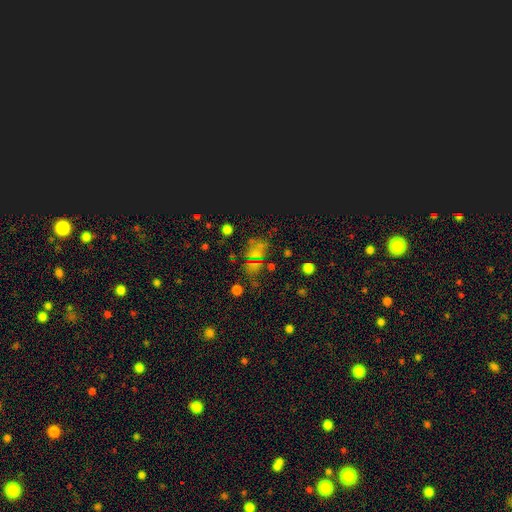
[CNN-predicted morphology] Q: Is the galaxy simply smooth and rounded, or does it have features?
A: star or artifact — 50%.